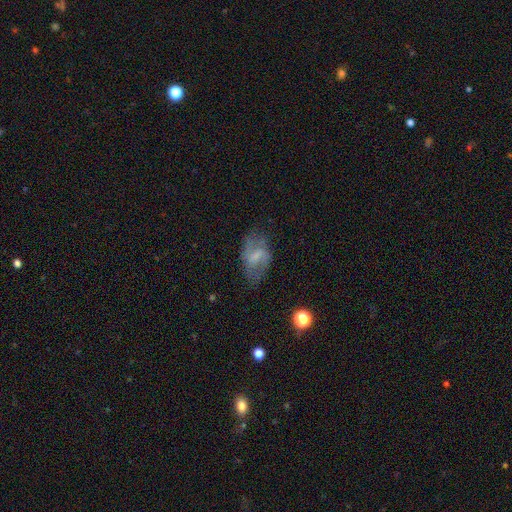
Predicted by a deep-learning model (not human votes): This is likely a featured or disk galaxy (63%). It is clearly not viewed edge-on (96%). Bar: possibly weak (53%). Spiral arm pattern: clearly yes (80%). Central bulge: marginally small (37%). Merging: likely none (63%).